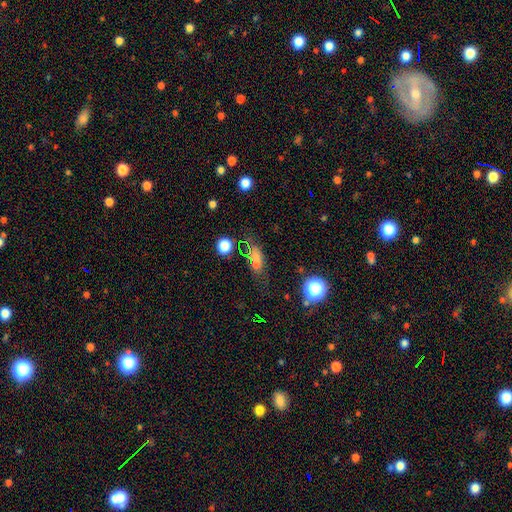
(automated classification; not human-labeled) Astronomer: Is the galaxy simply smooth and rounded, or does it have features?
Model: smooth — 49% (runner-up: star or artifact, 32%).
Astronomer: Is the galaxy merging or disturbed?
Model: none — 60%.